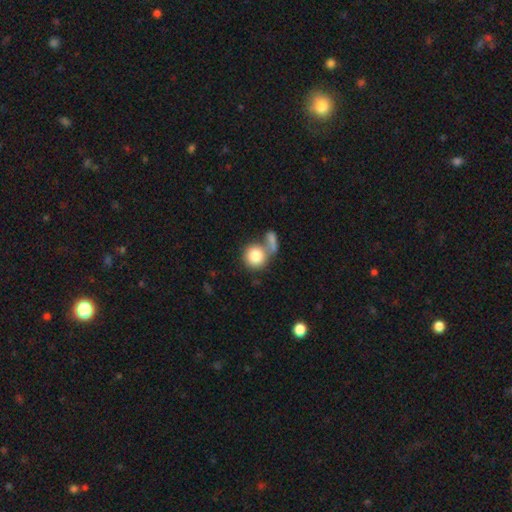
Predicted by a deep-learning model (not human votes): Smooth or featured: smooth — 81% (featured or disk — 11%)
How rounded: round — 88% (in between — 11%)
Merging: none — 45% (merger — 36%)